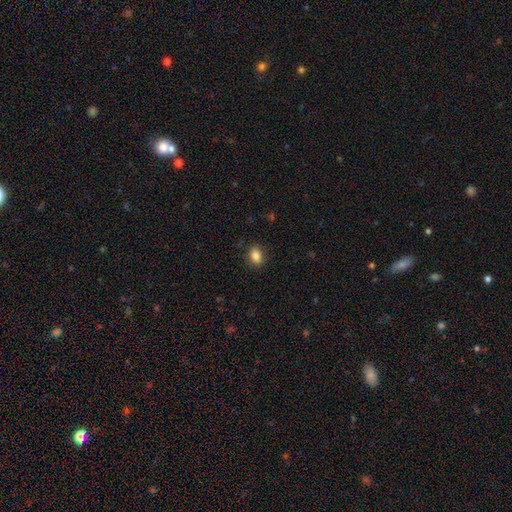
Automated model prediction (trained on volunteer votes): Q: Smooth or featured?
A: smooth (86%); runner-up: star or artifact (9%)
Q: How rounded?
A: in between (74%); runner-up: round (25%)
Q: Merging?
A: none (87%); runner-up: minor disturbance (9%)